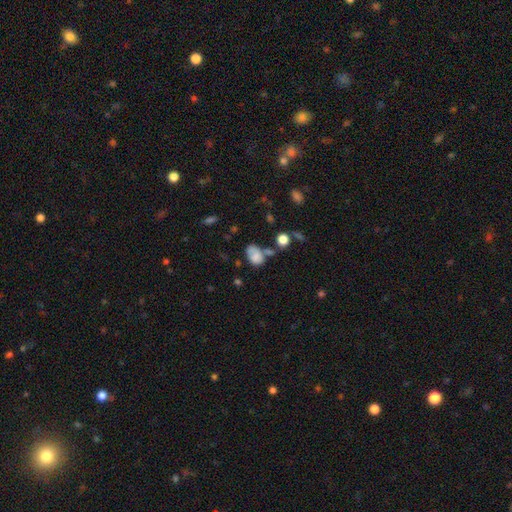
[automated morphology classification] Smooth or featured? Predicted: smooth (p=0.72). How rounded? Predicted: in between (p=0.78). Merging? Predicted: none (p=0.33).